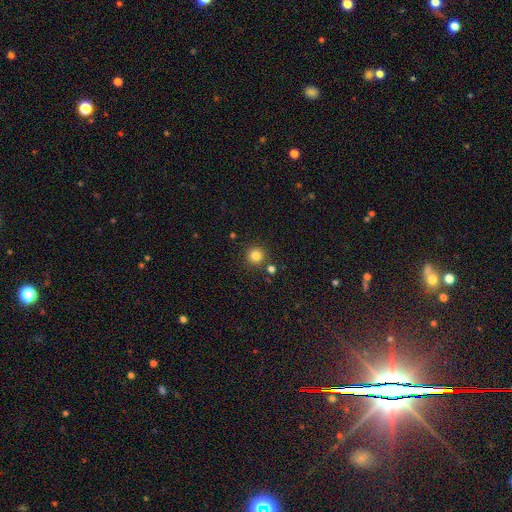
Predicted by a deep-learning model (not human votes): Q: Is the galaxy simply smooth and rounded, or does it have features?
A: smooth — 83%.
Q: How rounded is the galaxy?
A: round — 95%.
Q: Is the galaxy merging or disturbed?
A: none — 85%.